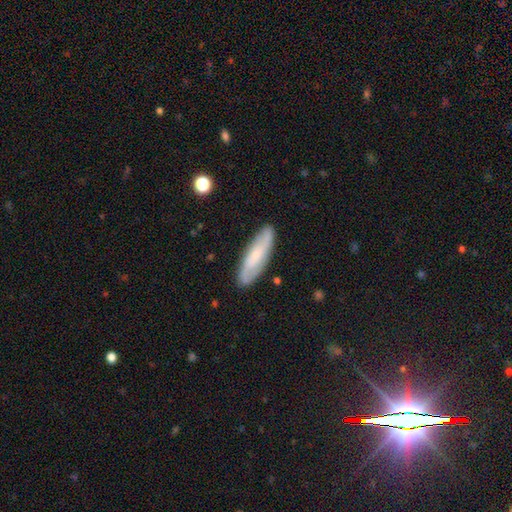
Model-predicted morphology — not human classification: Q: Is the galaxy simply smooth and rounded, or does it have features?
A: smooth — 48%.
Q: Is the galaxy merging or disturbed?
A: none — 85%.